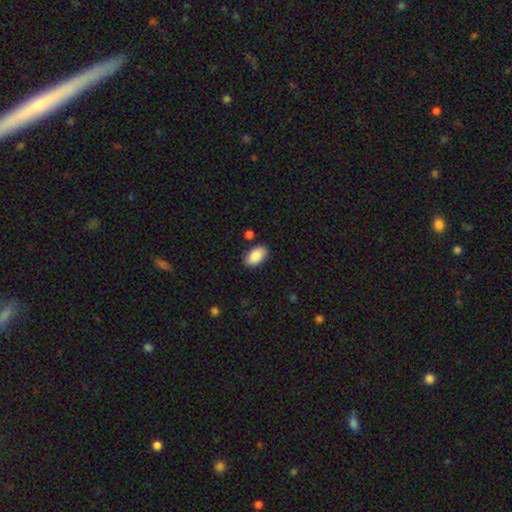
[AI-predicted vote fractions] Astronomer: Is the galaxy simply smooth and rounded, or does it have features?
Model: smooth — 89%.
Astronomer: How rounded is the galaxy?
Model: in between — 94%.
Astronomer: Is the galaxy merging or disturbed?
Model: none — 84%.